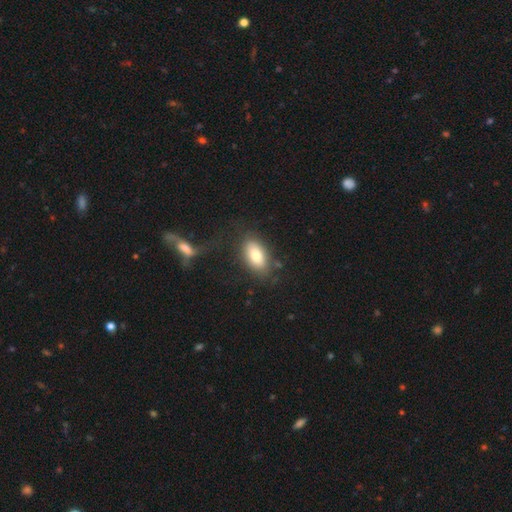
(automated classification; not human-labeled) Smooth or featured? smooth (78%)
How rounded? in between (91%)
Merging? none (72%)